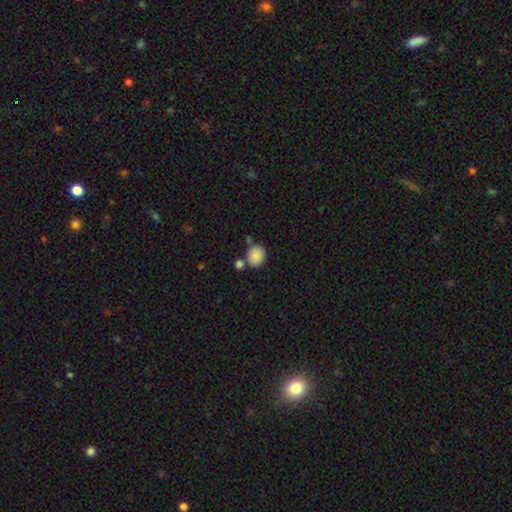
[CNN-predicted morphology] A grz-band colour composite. It shows a smooth galaxy with no disk features (85%) that is round (66%). Merging: none (64%).